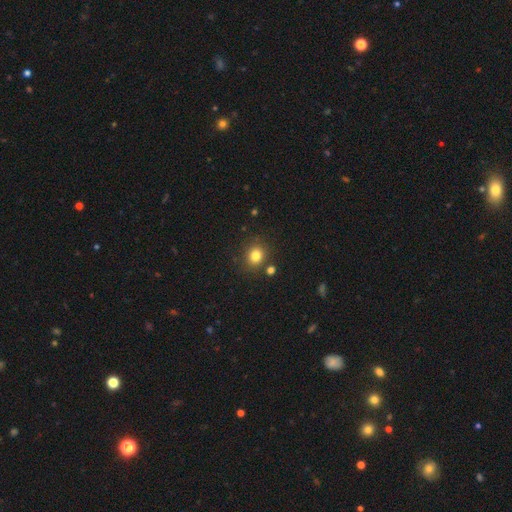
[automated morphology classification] Smooth or featured? Predicted: smooth (p=0.81). How rounded? Predicted: round (p=0.76). Merging? Predicted: none (p=0.82).